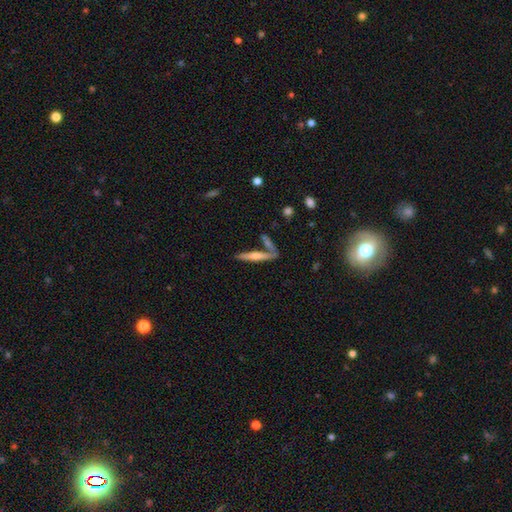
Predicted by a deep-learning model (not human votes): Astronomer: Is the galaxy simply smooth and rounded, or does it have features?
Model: featured or disk — 50% (runner-up: smooth, 43%).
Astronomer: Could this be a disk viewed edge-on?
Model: yes — 93%.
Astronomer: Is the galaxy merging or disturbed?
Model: none — 66%.